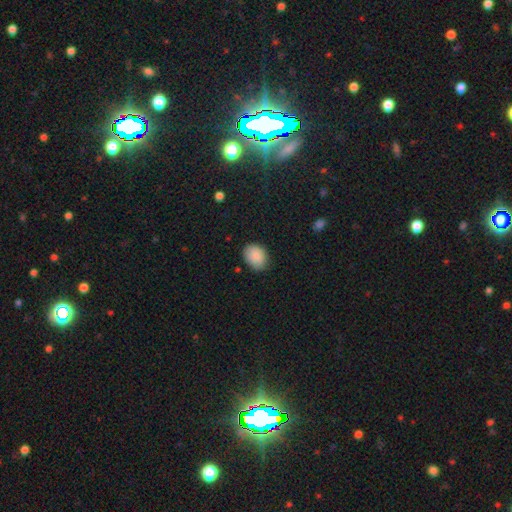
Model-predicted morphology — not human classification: Smooth or featured? Predicted: smooth (p=0.88). How rounded? Predicted: in between (p=0.68). Merging? Predicted: none (p=0.82).